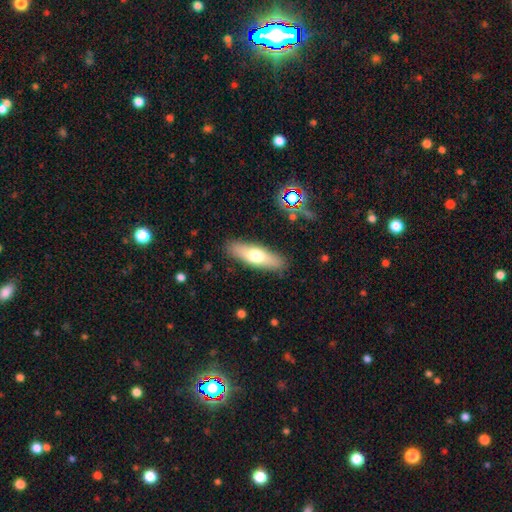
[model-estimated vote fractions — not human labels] Overall: smooth (60%; featured or disk 34%). How rounded: cigar-shaped (57%; in between 41%). Merging: none (88%).